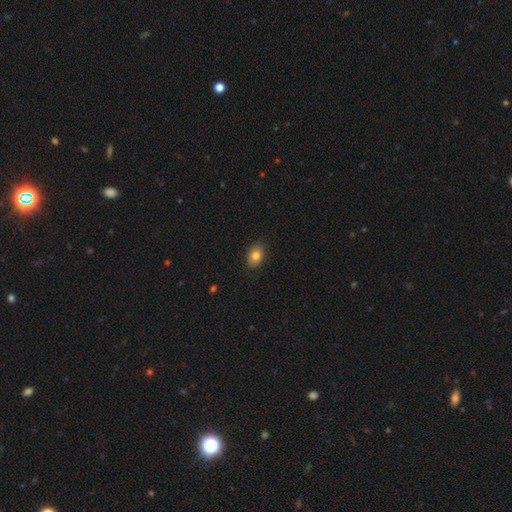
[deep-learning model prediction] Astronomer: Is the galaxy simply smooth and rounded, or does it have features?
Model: smooth — 81%.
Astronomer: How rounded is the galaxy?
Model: in between — 70%.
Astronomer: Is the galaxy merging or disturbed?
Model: none — 87%.